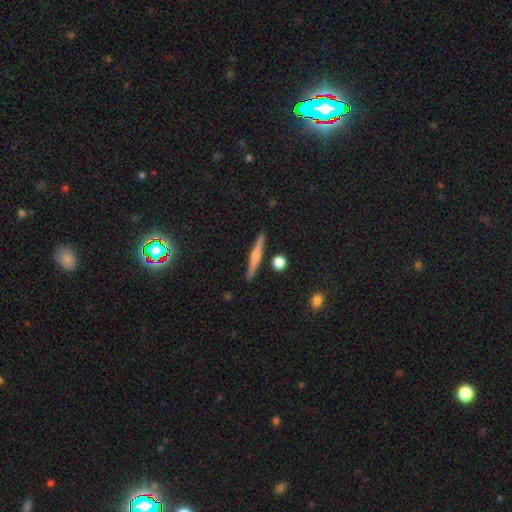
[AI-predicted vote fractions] Overall: featured or disk (56%; smooth 36%). Edge-on disk: yes (97%). Edge-on bulge: rounded (63%). Merging: none (88%).